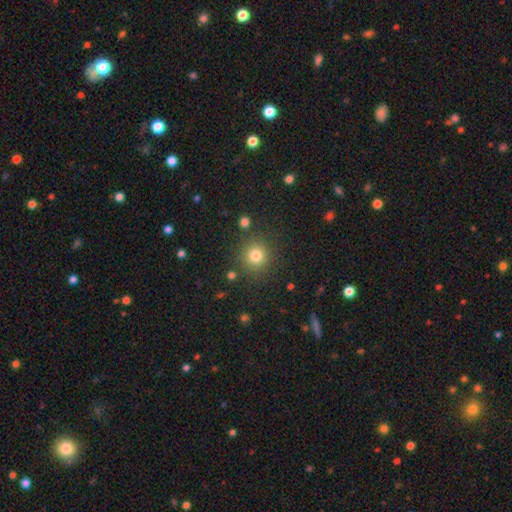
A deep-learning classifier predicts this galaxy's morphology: Q: Smooth or featured?
A: smooth (80%); runner-up: star or artifact (14%)
Q: How rounded?
A: round (93%); runner-up: in between (6%)
Q: Merging?
A: none (86%); runner-up: minor disturbance (8%)